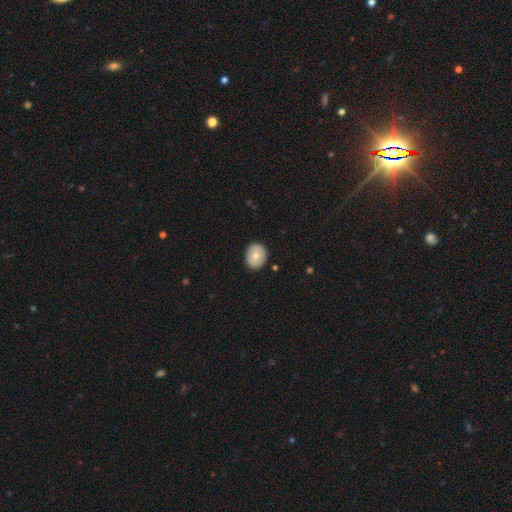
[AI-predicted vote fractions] Q: Smooth or featured?
A: smooth (72%); runner-up: featured or disk (21%)
Q: How rounded?
A: round (67%); runner-up: in between (32%)
Q: Merging?
A: none (89%); runner-up: minor disturbance (8%)